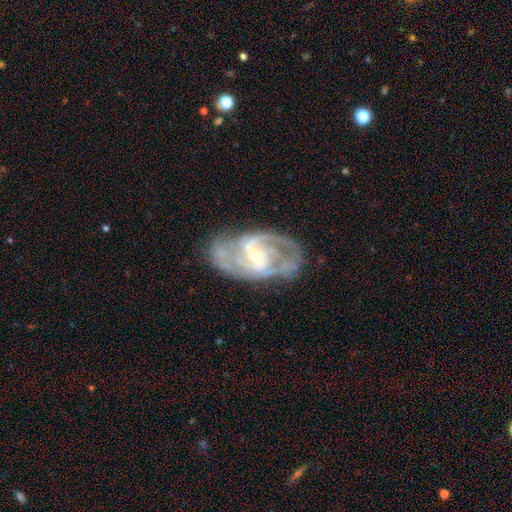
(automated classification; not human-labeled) A featured or disk galaxy (90%) with a weak bar (41%), 2 (55%) medium (46%, tied with tight) spiral arms (97%) and a small central bulge (58%).

Vote fractions:
- Smooth or featured? featured or disk: 90% / star or artifact: 5% / smooth: 5%
- Edge-on disk? no: 96% / yes: 4%
- Bar? weak: 41% / no: 40% / strong: 19%
- Spiral arms? yes: 97% / no: 3%
- Spiral winding? medium: 46% (tied) / tight: 46% (tied) / loose: 9%
- Spiral arm count? 2: 55% / 3: 21% / can't tell: 12% / 4: 5% / 1: 3% / more than 4: 3%
- Bulge size? small: 58% / moderate: 39% / large: 2% / none: 1% / dominant: 1%
- Merging? none: 72% / minor disturbance: 18% / major disturbance: 8% / merger: 2%